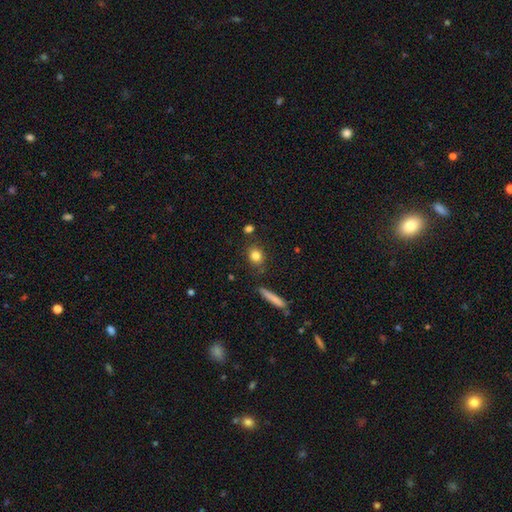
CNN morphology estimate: This appears to be a smooth galaxy with no disk features (81%) that is round (64%). Merging: none (81%).